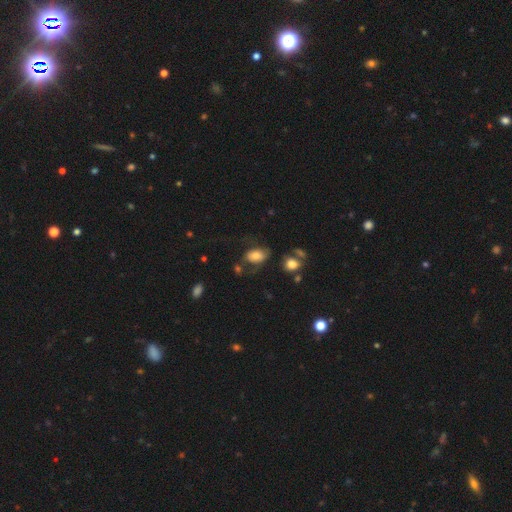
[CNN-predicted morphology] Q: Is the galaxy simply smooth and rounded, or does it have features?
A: smooth — 67%.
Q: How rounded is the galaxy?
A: in between — 90%.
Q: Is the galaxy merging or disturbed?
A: none — 45%.